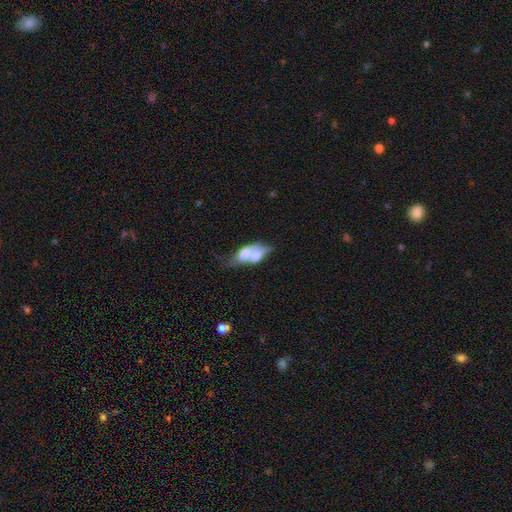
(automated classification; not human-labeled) Smooth or featured? Predicted: smooth (p=0.53). How rounded? Predicted: in between (p=0.80). Merging? Predicted: merger (p=0.72).